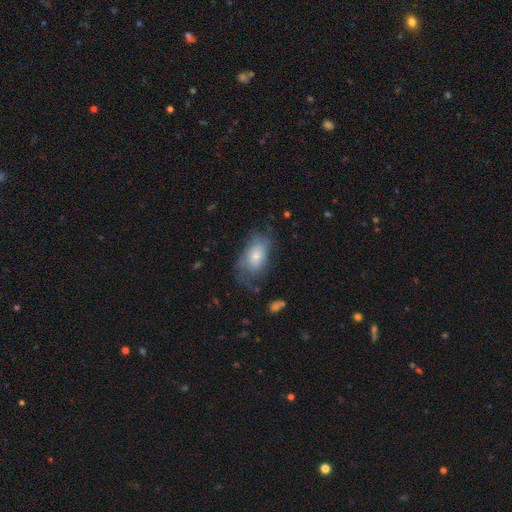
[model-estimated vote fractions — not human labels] Smooth or featured? smooth (58%)
How rounded? in between (90%)
Merging? none (50%)